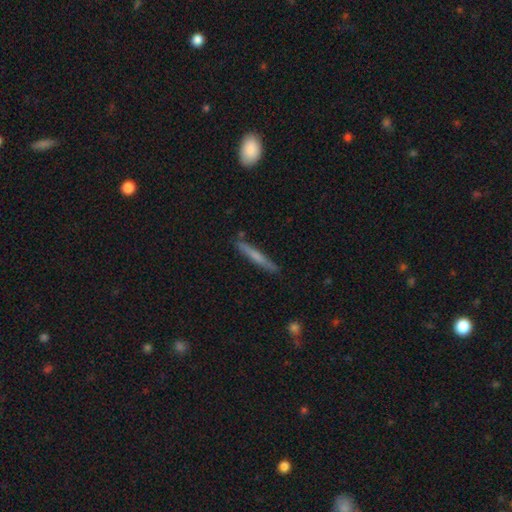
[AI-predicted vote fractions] Overall: smooth (55%; featured or disk 39%). How rounded: cigar-shaped (95%). Merging: none (86%).